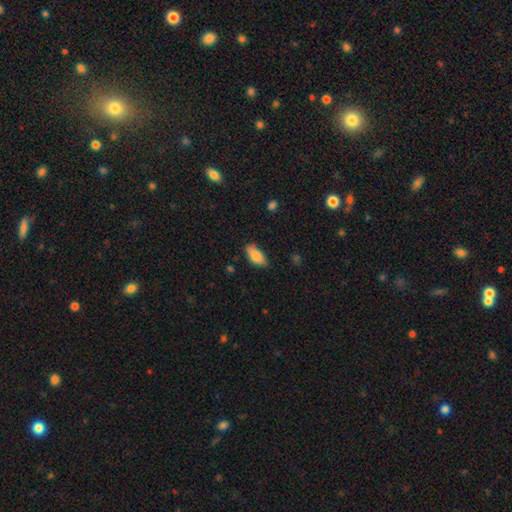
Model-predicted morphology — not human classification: This is clearly a smooth galaxy (83%). How rounded: clearly in between (83%). Merging: likely none (75%).